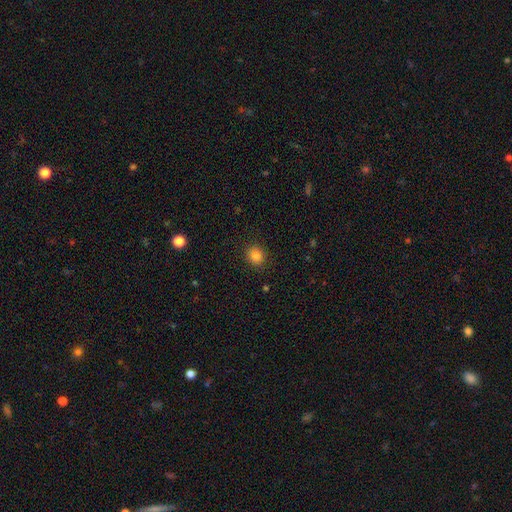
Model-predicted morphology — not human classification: A smooth galaxy with no disk features (83%) that is round (77%).

Vote fractions:
- Smooth or featured? smooth: 83% / star or artifact: 12% / featured or disk: 5%
- How rounded? round: 77% / in between: 22% / cigar-shaped: 1%
- Merging? none: 89% / minor disturbance: 7% / major disturbance: 2% / merger: 1%